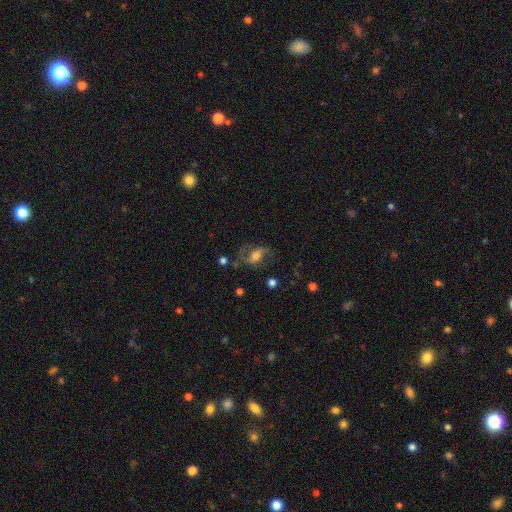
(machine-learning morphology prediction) A featured or disk galaxy (59%) with no bar (38%, tied with weak), spiral arms (82%) and a moderate central bulge (54%). Merging: none (55%).